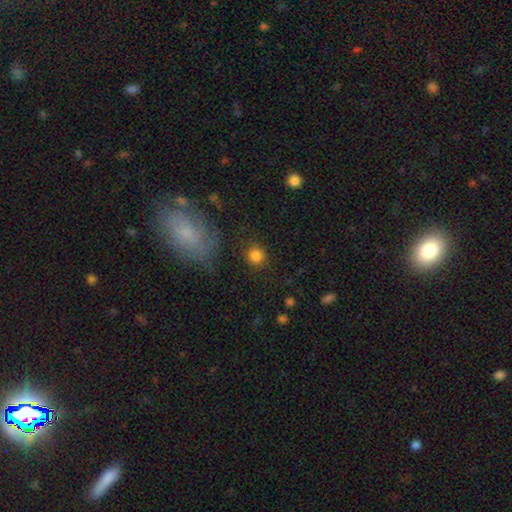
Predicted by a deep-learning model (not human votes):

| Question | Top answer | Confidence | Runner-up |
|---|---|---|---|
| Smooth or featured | smooth | 85% | star or artifact (10%) |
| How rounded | round | 91% | in between (7%) |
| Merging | none | 84% | minor disturbance (9%) |